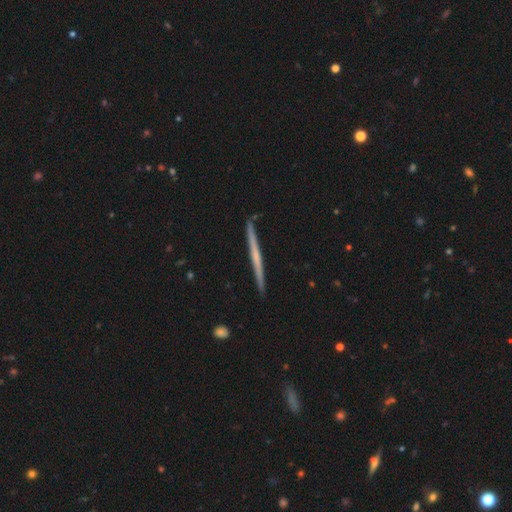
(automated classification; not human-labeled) Morphology: type=featured or disk (61%); edge-on=yes (98%); edge-on bulge=none (80%); merging=none (90%).